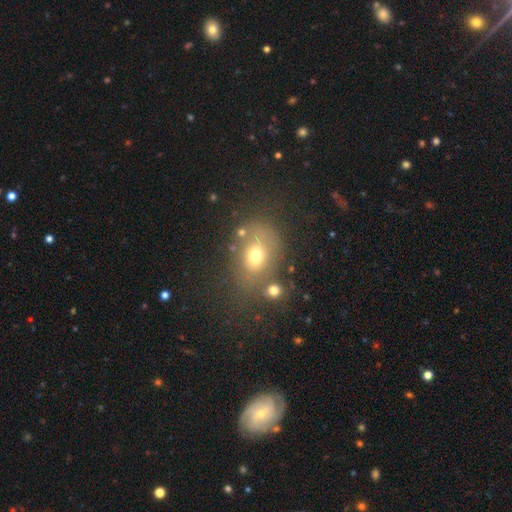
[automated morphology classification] This is likely a smooth galaxy (66%). How rounded: likely in between (64%). Merging: possibly none (59%).